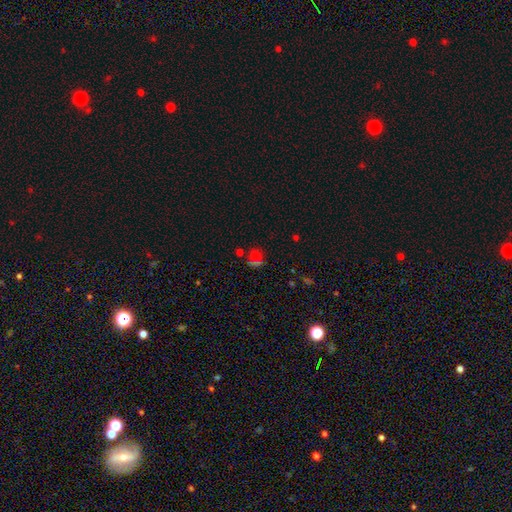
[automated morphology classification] Smooth or featured? Predicted: star or artifact (p=0.46).